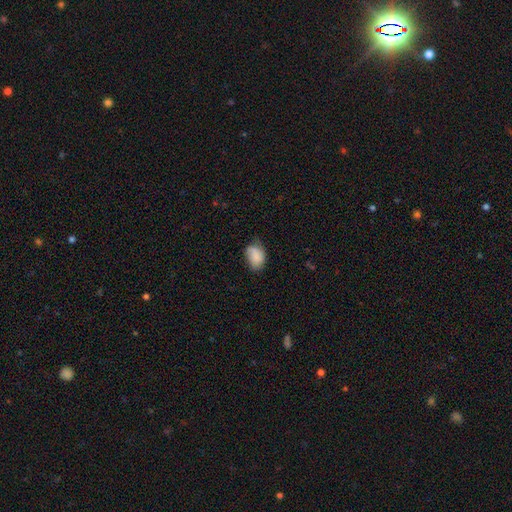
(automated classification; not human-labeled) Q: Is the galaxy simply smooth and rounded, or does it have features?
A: smooth — 81%.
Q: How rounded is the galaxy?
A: in between — 82%.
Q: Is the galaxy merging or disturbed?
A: none — 53%.